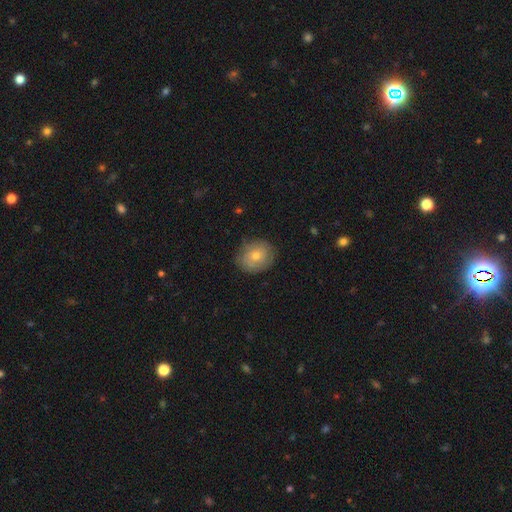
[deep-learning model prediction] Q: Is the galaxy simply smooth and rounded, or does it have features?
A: smooth — 56%.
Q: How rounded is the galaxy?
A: round — 77%.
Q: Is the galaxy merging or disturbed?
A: none — 81%.